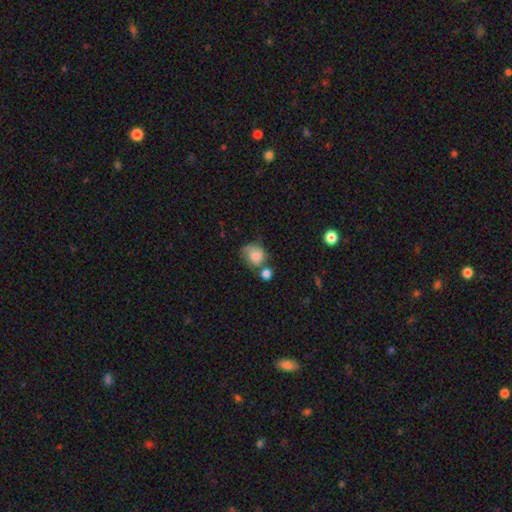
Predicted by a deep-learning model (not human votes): smooth_or_featured: smooth (p=0.74) [alt: featured or disk p=0.17]
how_rounded: round (p=0.65) [alt: in between p=0.34]
merging: none (p=0.39) [alt: minor disturbance p=0.27]